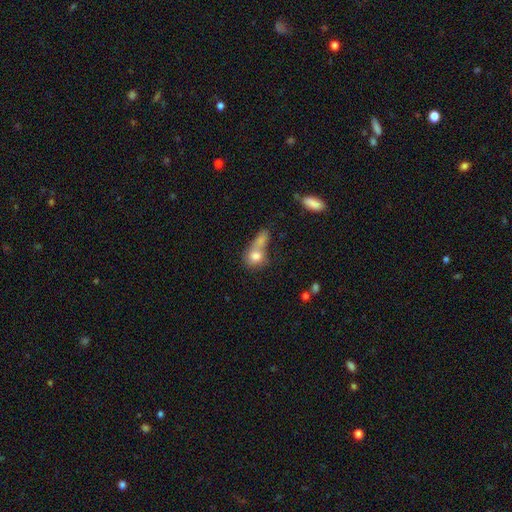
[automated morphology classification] smooth_or_featured: smooth (p=0.77) [alt: featured or disk p=0.14]
how_rounded: round (p=0.50) [alt: in between p=0.45]
merging: merger (p=0.59) [alt: none p=0.22]